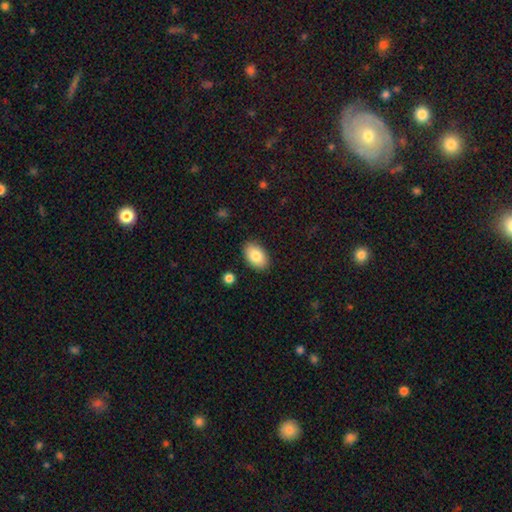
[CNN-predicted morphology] smooth 84%, featured or disk 10%, star or artifact 6%. Down the decision tree: how rounded — in between (92%); merging — none (88%).